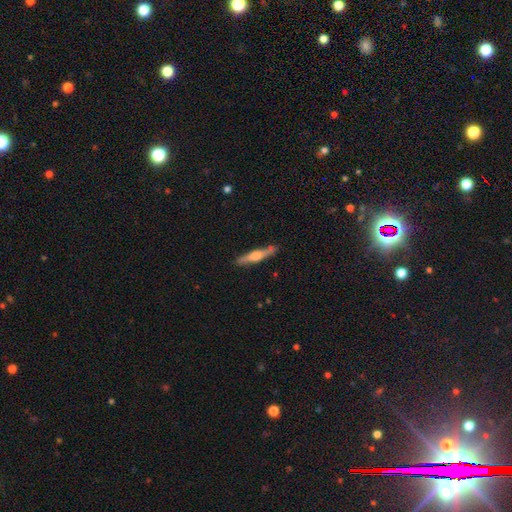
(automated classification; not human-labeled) Overall: featured or disk (57%; smooth 37%). Edge-on disk: yes (96%). Edge-on bulge: rounded (75%). Merging: none (84%).